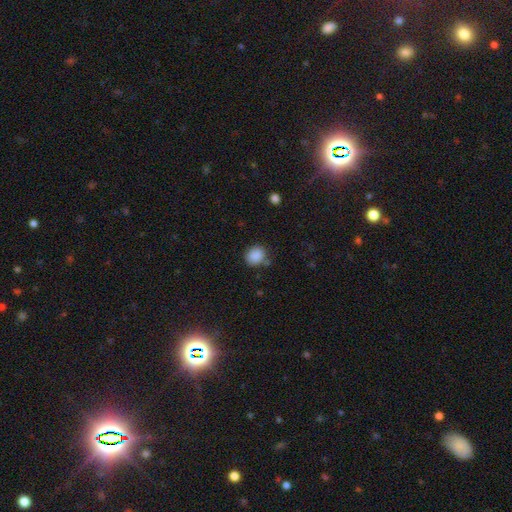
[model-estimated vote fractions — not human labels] Smooth or featured?
  - smooth: 87% *
  - star or artifact: 9%
  - featured or disk: 4%
How rounded?
  - round: 74% *
  - in between: 26%
  - cigar-shaped: 1%
Merging?
  - none: 75% *
  - minor disturbance: 16%
  - merger: 5%
  - major disturbance: 4%